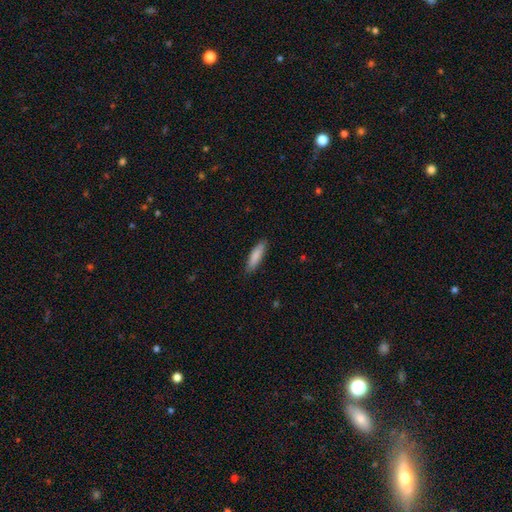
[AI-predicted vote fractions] smooth 85%, featured or disk 9%, star or artifact 6%. Down the decision tree: how rounded — cigar-shaped (67%); merging — none (87%).